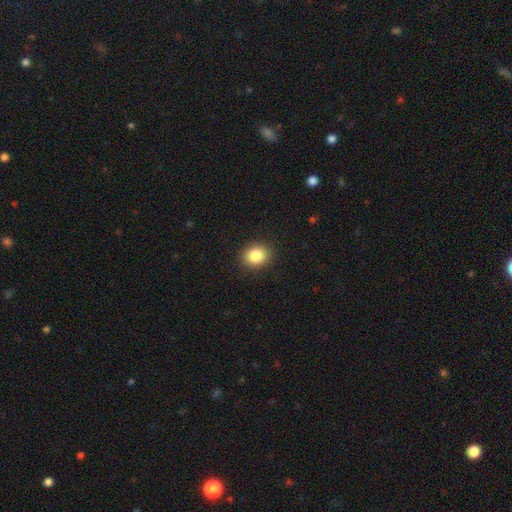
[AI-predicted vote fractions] Smooth or featured?
  - smooth: 85% *
  - star or artifact: 10%
  - featured or disk: 5%
How rounded?
  - round: 65% *
  - in between: 34%
  - cigar-shaped: 1%
Merging?
  - none: 90% *
  - minor disturbance: 7%
  - major disturbance: 2%
  - merger: 1%